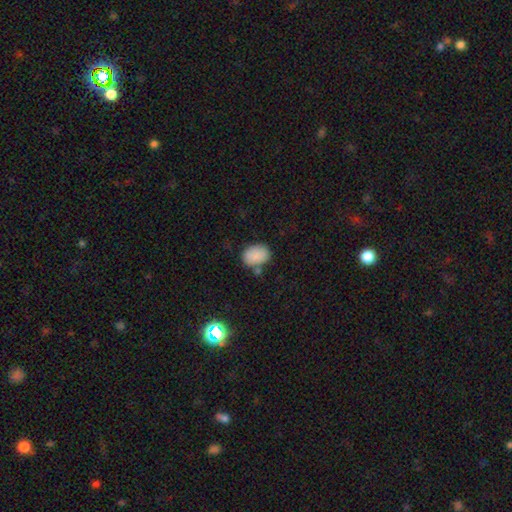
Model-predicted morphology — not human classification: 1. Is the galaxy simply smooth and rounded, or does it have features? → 86% smooth, 9% star or artifact, 5% featured or disk.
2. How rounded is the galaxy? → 74% in between, 25% round, 1% cigar-shaped.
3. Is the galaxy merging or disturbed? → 68% none, 17% minor disturbance, 10% merger, 5% major disturbance.